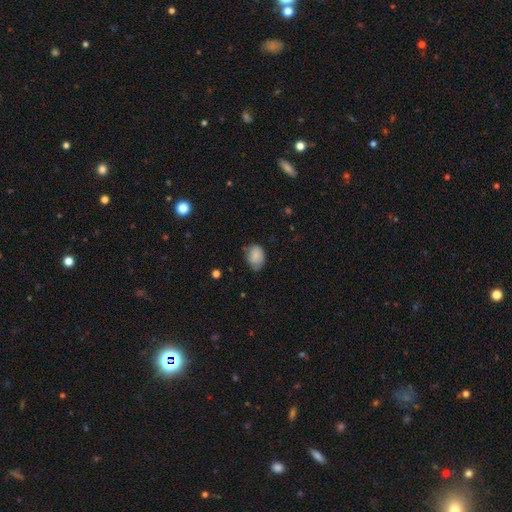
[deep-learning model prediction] Smooth or featured?
  - smooth: 84% *
  - featured or disk: 8%
  - star or artifact: 8%
How rounded?
  - in between: 72% *
  - round: 27%
  - cigar-shaped: 1%
Merging?
  - none: 59% *
  - minor disturbance: 33%
  - major disturbance: 6%
  - merger: 2%